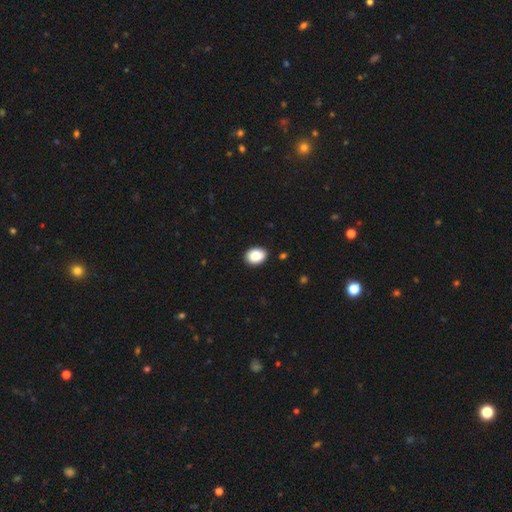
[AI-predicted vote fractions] Smooth or featured?
  - smooth: 89% *
  - star or artifact: 8%
  - featured or disk: 4%
How rounded?
  - in between: 66% *
  - round: 33%
  - cigar-shaped: 1%
Merging?
  - none: 87% *
  - minor disturbance: 10%
  - major disturbance: 2%
  - merger: 1%